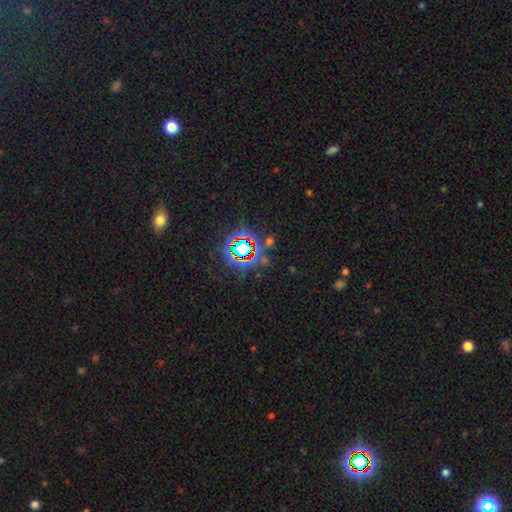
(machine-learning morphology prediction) Smooth or featured?
  - star or artifact: 78% *
  - smooth: 13%
  - featured or disk: 9%